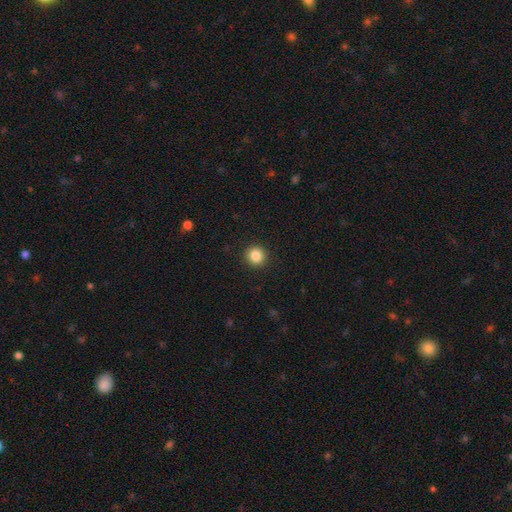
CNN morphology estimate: smooth 86%, star or artifact 10%, featured or disk 4%. Down the decision tree: how rounded — round (93%); merging — none (92%).